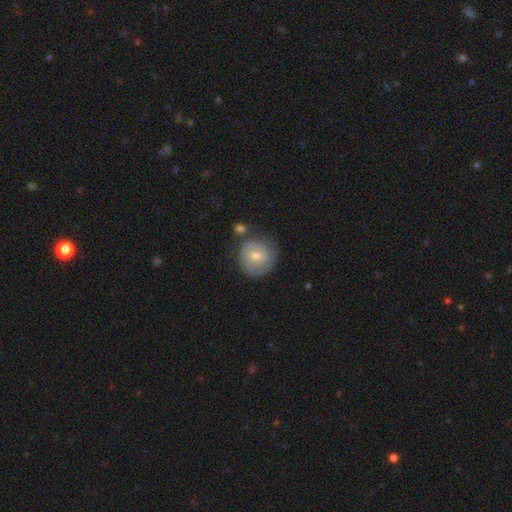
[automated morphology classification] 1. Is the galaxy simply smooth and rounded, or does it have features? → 58% smooth, 34% featured or disk, 8% star or artifact.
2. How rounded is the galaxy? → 91% round, 8% in between, 1% cigar-shaped.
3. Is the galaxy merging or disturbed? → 69% none, 17% minor disturbance, 8% merger, 5% major disturbance.